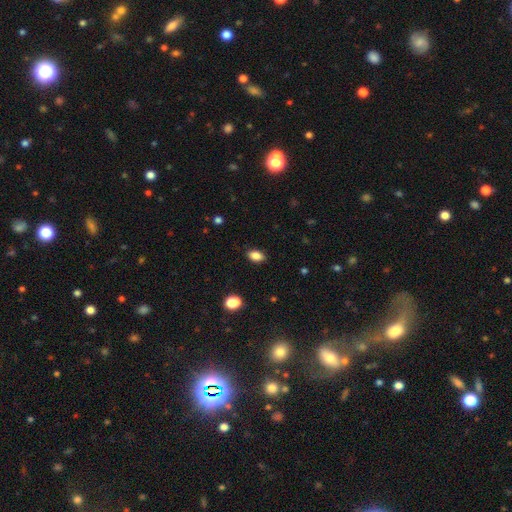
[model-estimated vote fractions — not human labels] This appears to be a smooth galaxy with no disk features (86%) that is in between round and cigar-shaped (88%). Merging: none (86%).